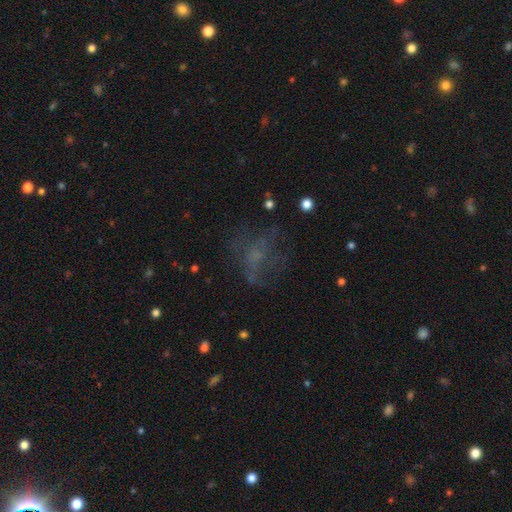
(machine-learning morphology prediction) Smooth or featured? Predicted: smooth (p=0.37). Merging? Predicted: none (p=0.51).